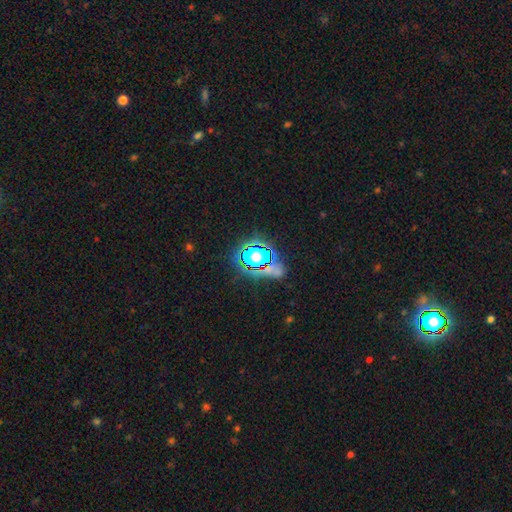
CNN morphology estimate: Smooth or featured: star or artifact — 54% (smooth — 32%)